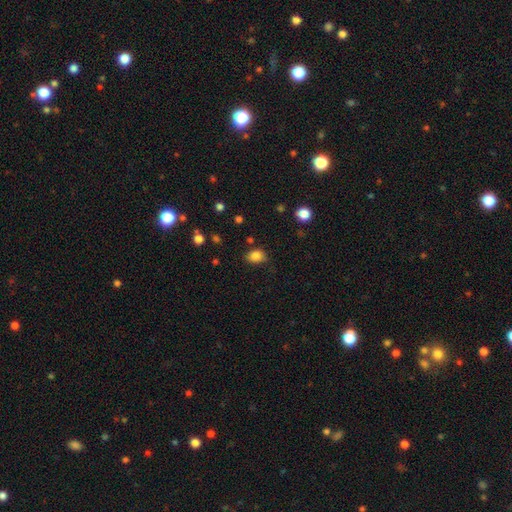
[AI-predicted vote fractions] This is clearly a smooth galaxy (84%). How rounded: likely in between (69%). Merging: likely none (73%).